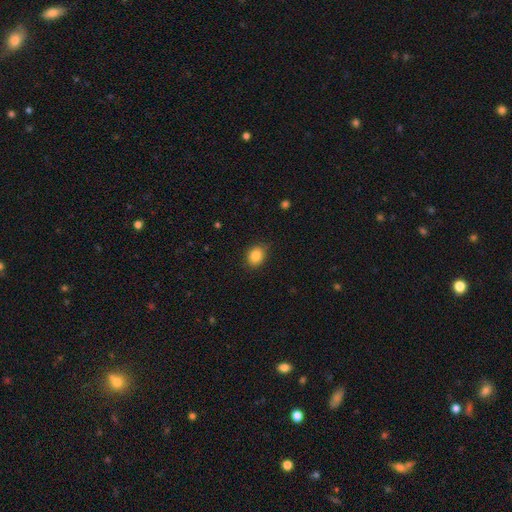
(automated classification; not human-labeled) Smooth or featured? smooth (85%)
How rounded? round (50%)
Merging? none (83%)